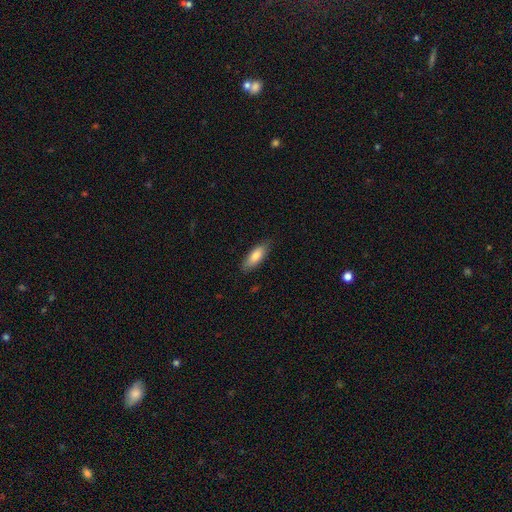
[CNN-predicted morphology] Smooth or featured? Predicted: smooth (p=0.81). How rounded? Predicted: in between (p=0.67). Merging? Predicted: none (p=0.83).